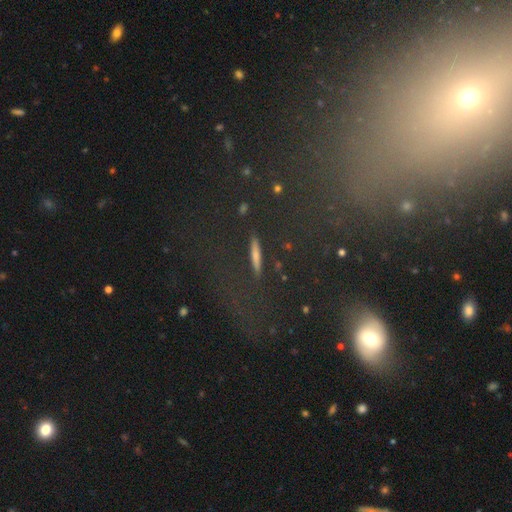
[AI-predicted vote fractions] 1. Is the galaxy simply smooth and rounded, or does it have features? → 54% smooth, 24% star or artifact, 21% featured or disk.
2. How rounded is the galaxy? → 77% cigar-shaped, 13% in between, 10% round.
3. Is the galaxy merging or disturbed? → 86% none, 9% minor disturbance, 3% major disturbance, 3% merger.